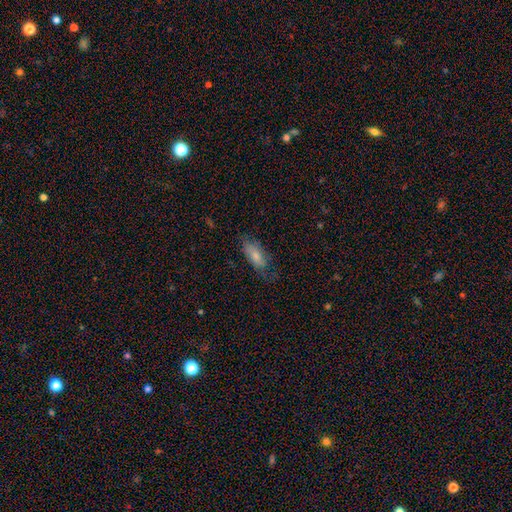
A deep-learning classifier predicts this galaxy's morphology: Smooth or featured? Predicted: smooth (p=0.74). How rounded? Predicted: in between (p=0.82). Merging? Predicted: none (p=0.62).